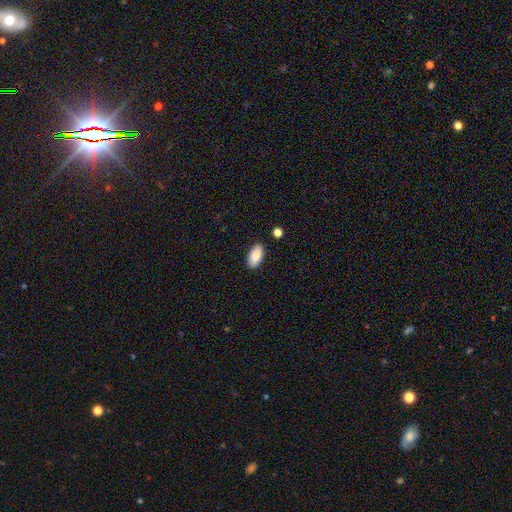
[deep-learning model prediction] smooth-or-featured: smooth: 88% | star or artifact: 6% | featured or disk: 5%
  how-rounded: in between: 92% | cigar-shaped: 6% | round: 2%
  merging: none: 87% | minor disturbance: 9% | major disturbance: 2% | merger: 2%